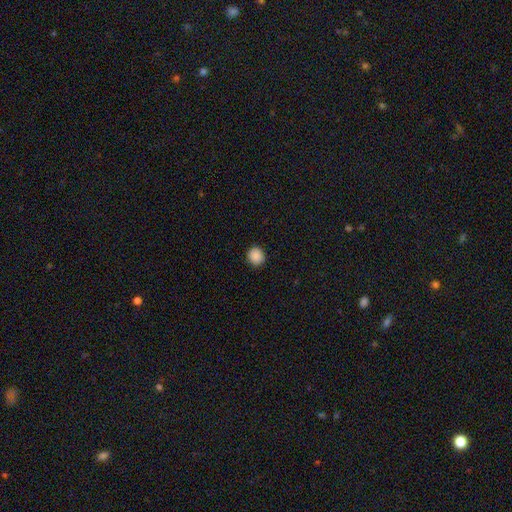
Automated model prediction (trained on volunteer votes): The model was most divided on "how rounded": round: 86%, in between: 13%, cigar-shaped: 1%. More confident: merging — none (91%); smooth or featured — smooth (89%).